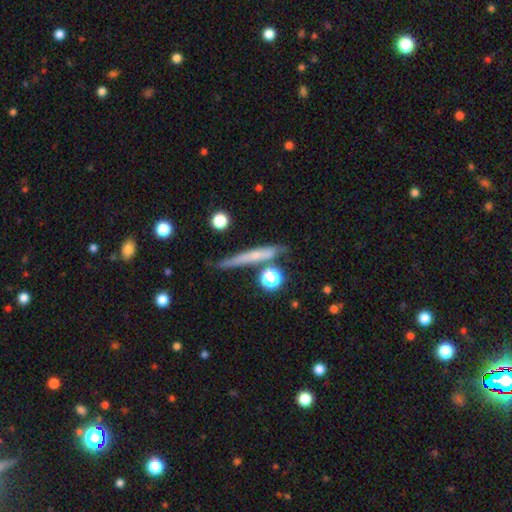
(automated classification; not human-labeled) Morphology: type=smooth (49%); merging=none (71%).